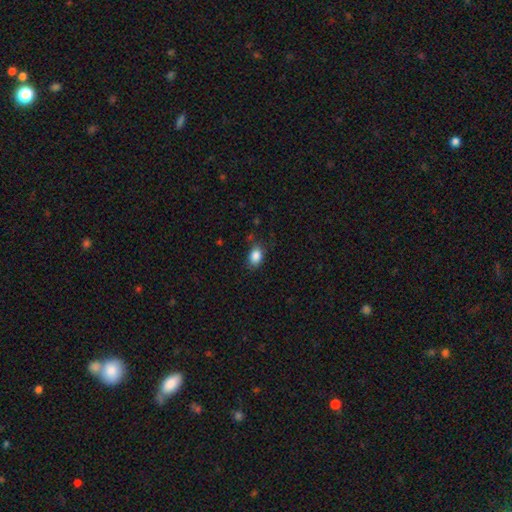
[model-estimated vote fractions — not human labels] This appears to be a smooth galaxy with no disk features (86%) that is in between round and cigar-shaped (78%). Merging: none (76%).